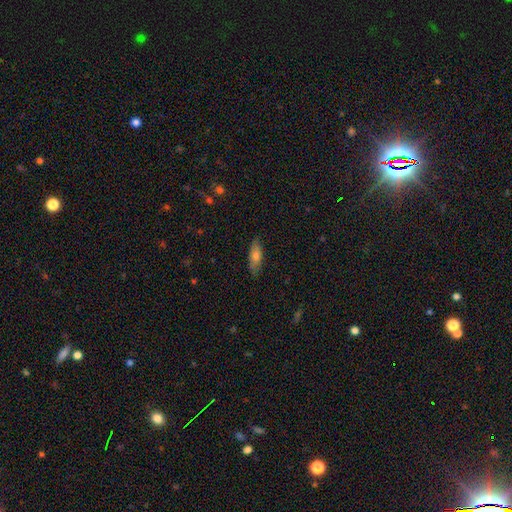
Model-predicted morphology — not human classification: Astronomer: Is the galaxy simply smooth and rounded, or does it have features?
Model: smooth — 70%.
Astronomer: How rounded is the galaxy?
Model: in between — 53% (runner-up: cigar-shaped, 44%).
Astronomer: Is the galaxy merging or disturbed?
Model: none — 84%.